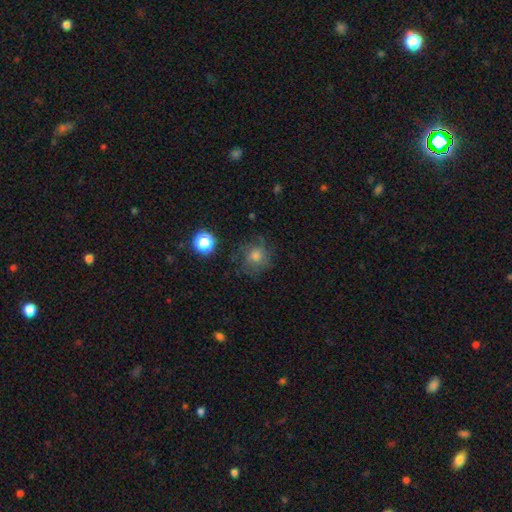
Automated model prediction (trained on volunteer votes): Smooth or featured: smooth — 62% (star or artifact — 20%)
How rounded: round — 87% (in between — 13%)
Merging: none — 73% (minor disturbance — 17%)